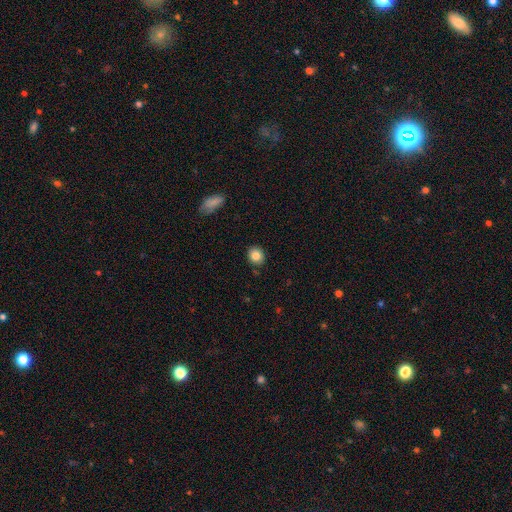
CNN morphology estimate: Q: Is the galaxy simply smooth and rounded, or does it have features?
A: smooth — 83%.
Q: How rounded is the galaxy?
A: round — 73%.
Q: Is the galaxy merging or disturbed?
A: none — 88%.